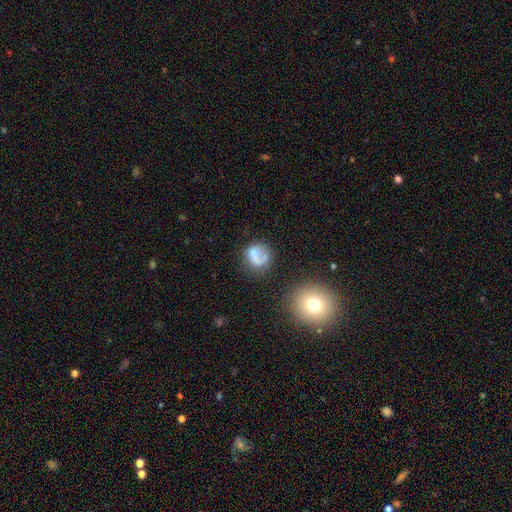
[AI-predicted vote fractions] This is likely a smooth galaxy (62%). How rounded: likely round (77%). Merging: possibly none (50%).